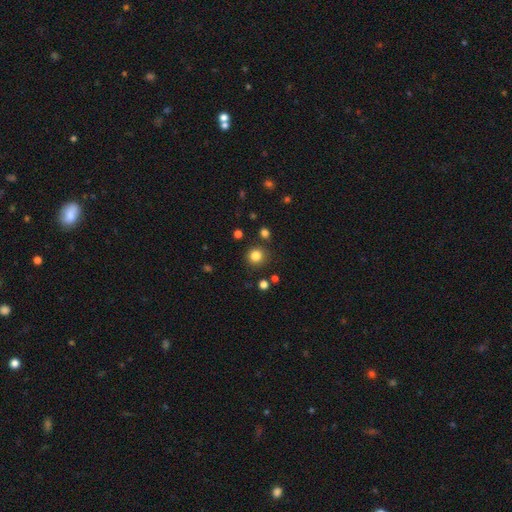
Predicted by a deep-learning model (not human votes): A smooth galaxy with no disk features (82%) that is round (92%). Merging: none (85%).